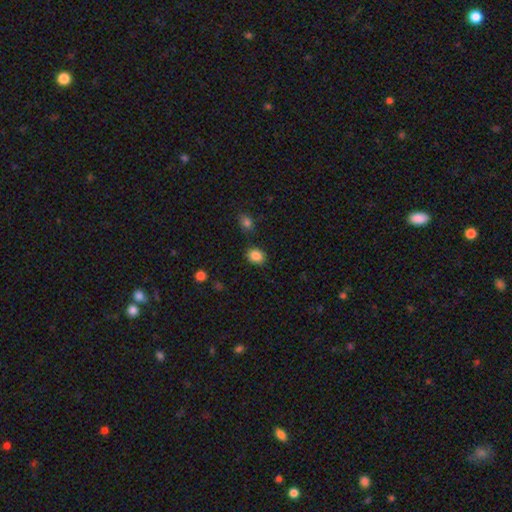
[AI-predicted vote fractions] A smooth galaxy with no disk features (86%) that is round (51%). Merging: none (83%).